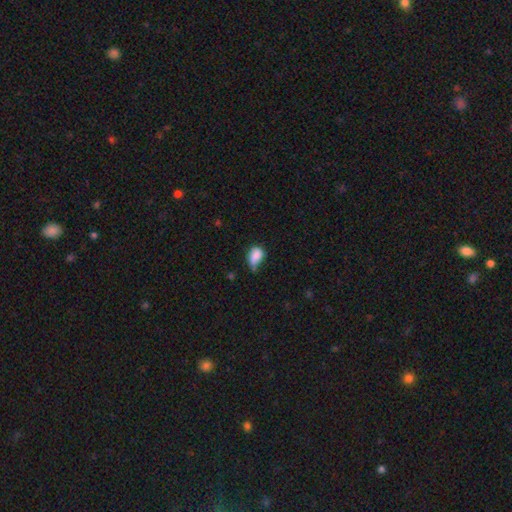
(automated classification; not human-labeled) Overall: smooth (81%). How rounded: in between (79%). Merging: minor disturbance (41%; none 32%).